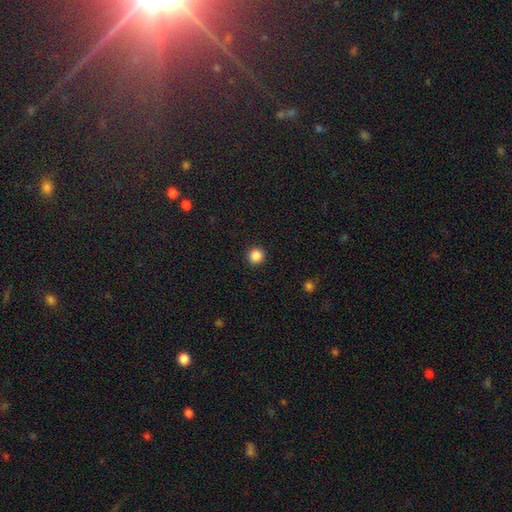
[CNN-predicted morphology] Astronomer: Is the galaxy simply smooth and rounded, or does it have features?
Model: smooth — 87%.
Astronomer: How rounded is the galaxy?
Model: round — 95%.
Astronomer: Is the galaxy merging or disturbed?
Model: none — 93%.